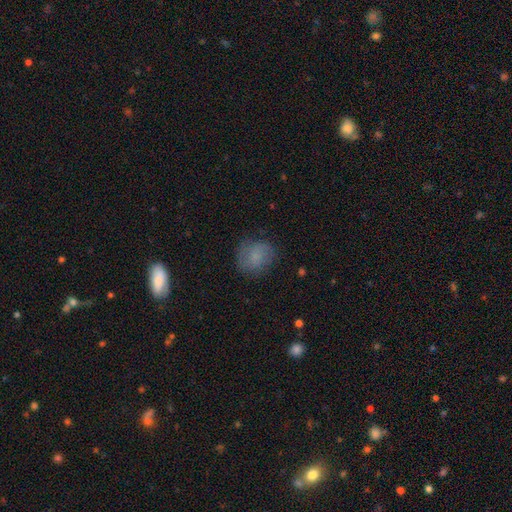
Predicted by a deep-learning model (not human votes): A smooth galaxy with no disk features (71%) that is round (72%).

Vote fractions:
- Smooth or featured? smooth: 71% / featured or disk: 19% / star or artifact: 10%
- How rounded? round: 72% / in between: 27% / cigar-shaped: 1%
- Merging? none: 72% / minor disturbance: 19% / major disturbance: 7% / merger: 1%